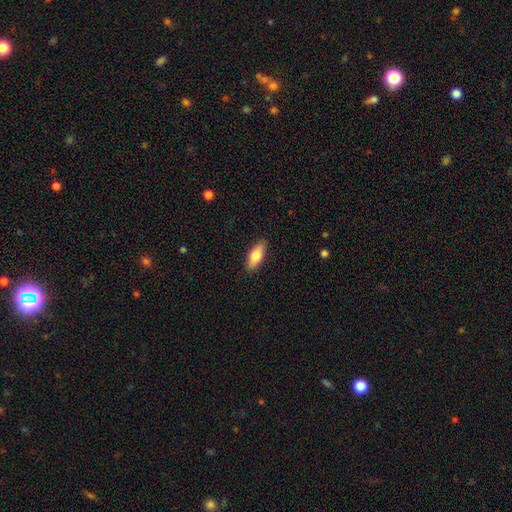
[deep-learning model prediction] Smooth or featured: smooth — 75% (featured or disk — 19%)
How rounded: in between — 71% (cigar-shaped — 27%)
Merging: none — 88% (minor disturbance — 9%)